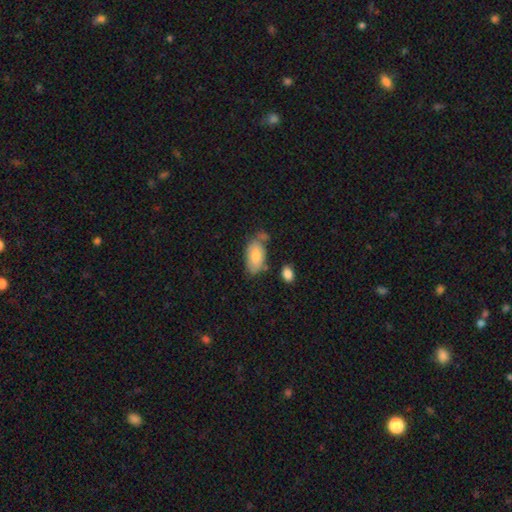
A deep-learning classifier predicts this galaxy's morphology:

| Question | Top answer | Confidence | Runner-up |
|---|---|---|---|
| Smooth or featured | smooth | 75% | featured or disk (19%) |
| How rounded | in between | 93% | round (4%) |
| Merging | none | 55% | minor disturbance (26%) |